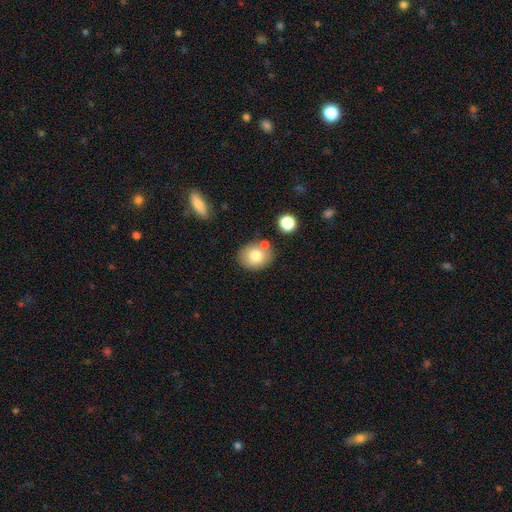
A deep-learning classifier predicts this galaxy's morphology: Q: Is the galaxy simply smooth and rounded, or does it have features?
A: smooth — 76%.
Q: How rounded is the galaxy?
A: round — 52%.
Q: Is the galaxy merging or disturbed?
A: none — 70%.